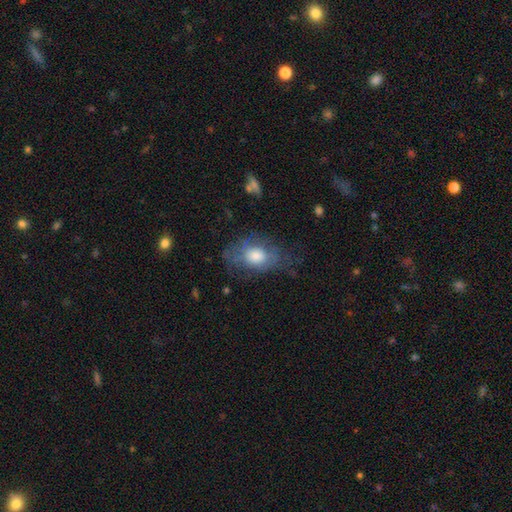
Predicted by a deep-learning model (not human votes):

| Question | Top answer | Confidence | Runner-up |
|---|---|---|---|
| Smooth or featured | smooth | 53% | featured or disk (38%) |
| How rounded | in between | 81% | round (17%) |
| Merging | none | 54% | minor disturbance (25%) |